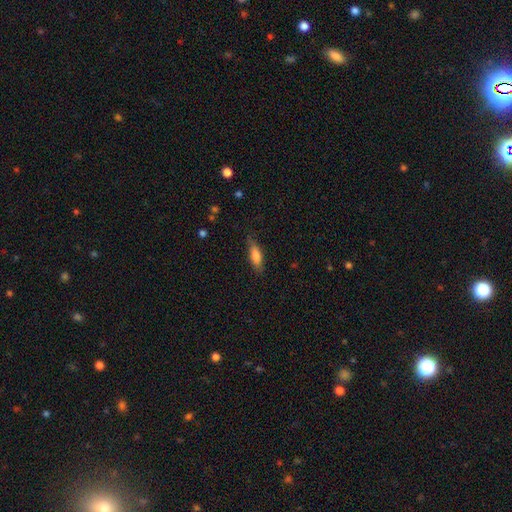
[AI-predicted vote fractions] This is likely a smooth galaxy (77%). How rounded: possibly in between (55%). Merging: likely none (75%).